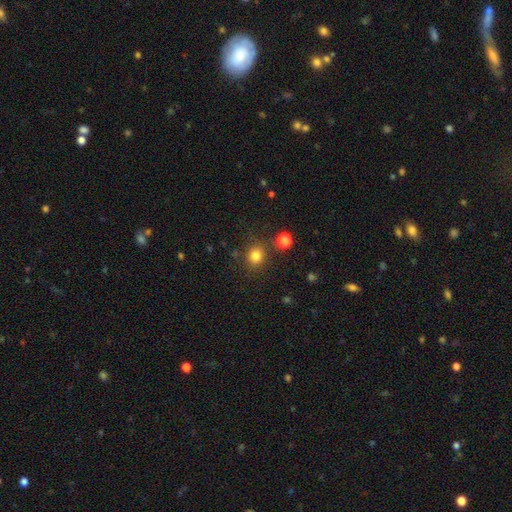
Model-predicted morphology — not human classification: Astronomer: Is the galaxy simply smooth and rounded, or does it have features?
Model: smooth — 81%.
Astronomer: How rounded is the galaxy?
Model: round — 80%.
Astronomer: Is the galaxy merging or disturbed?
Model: none — 81%.